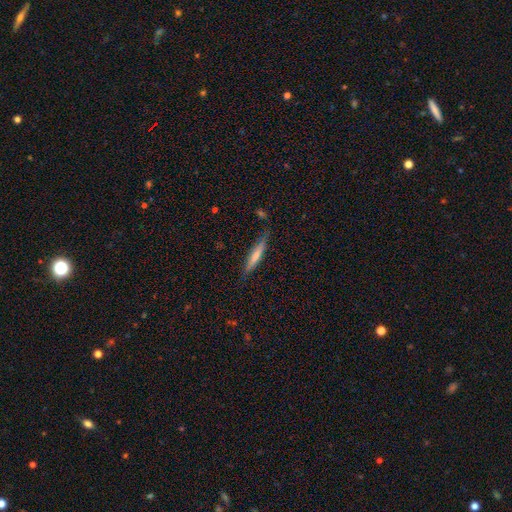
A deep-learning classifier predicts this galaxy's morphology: Q: Smooth or featured?
A: smooth (62%); runner-up: featured or disk (32%)
Q: How rounded?
A: cigar-shaped (91%); runner-up: in between (7%)
Q: Merging?
A: none (80%); runner-up: minor disturbance (15%)